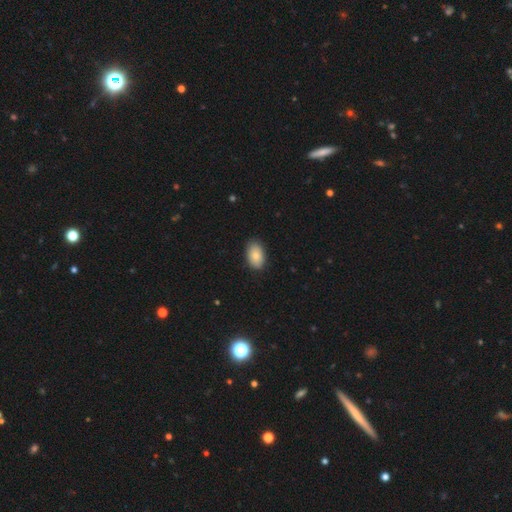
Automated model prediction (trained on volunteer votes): A smooth galaxy with no disk features (83%) that is in between round and cigar-shaped (92%).

Vote fractions:
- Smooth or featured? smooth: 83% / featured or disk: 10% / star or artifact: 7%
- How rounded? in between: 92% / round: 7% / cigar-shaped: 1%
- Merging? none: 86% / minor disturbance: 11% / major disturbance: 2% / merger: 1%